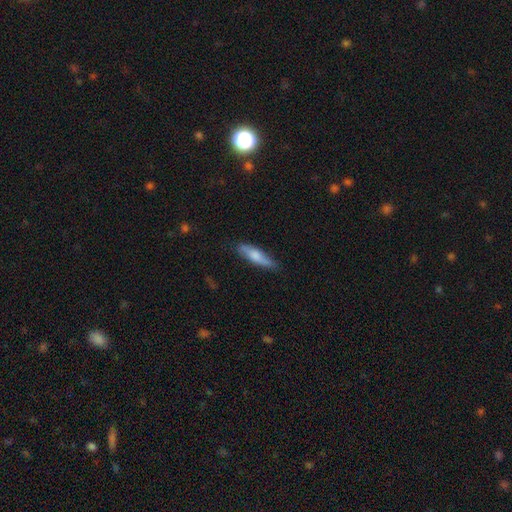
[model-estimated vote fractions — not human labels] smooth-or-featured: smooth: 71% | featured or disk: 23% | star or artifact: 6%
  how-rounded: cigar-shaped: 72% | in between: 26% | round: 2%
  merging: none: 80% | minor disturbance: 16% | major disturbance: 3% | merger: 1%